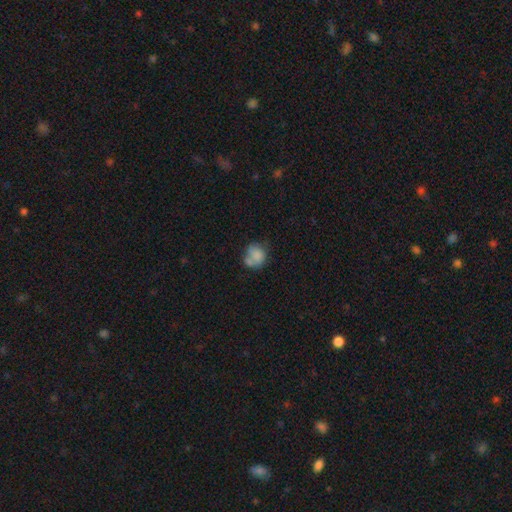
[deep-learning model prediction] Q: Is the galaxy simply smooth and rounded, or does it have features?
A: smooth — 74%.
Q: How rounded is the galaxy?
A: round — 70%.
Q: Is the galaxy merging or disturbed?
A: none — 37%.